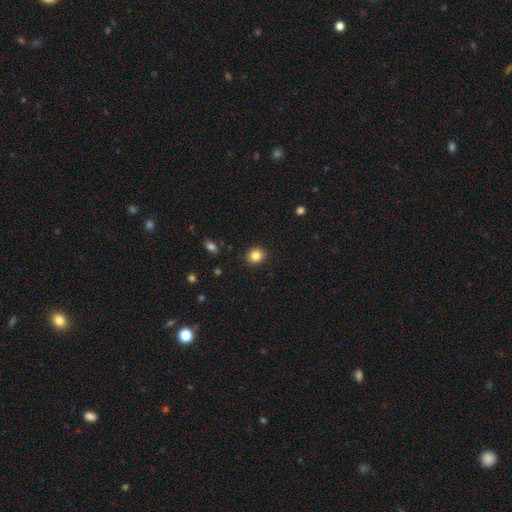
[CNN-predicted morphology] A smooth galaxy with no disk features (85%) that is round (81%). Merging: none (91%).